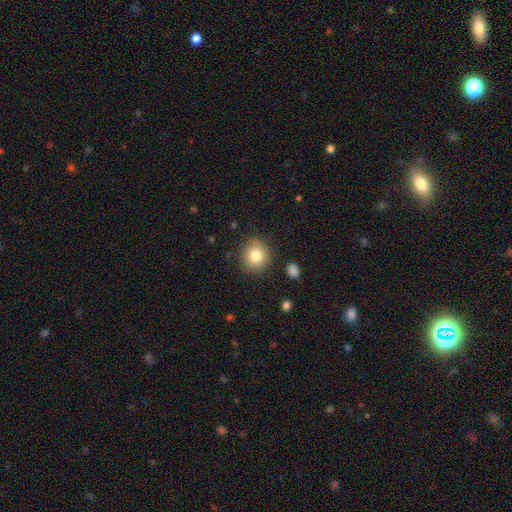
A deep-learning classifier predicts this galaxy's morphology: smooth_or_featured: smooth (p=0.81) [alt: featured or disk p=0.10]
how_rounded: round (p=0.84) [alt: in between p=0.15]
merging: none (p=0.85) [alt: minor disturbance p=0.10]